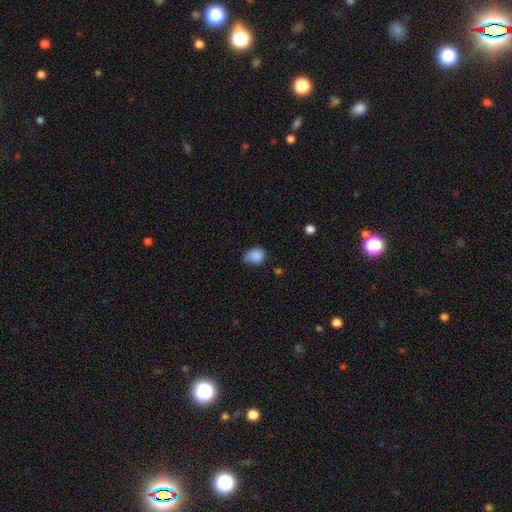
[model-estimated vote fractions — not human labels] Smooth or featured: smooth — 86% (star or artifact — 8%)
How rounded: in between — 58% (round — 41%)
Merging: none — 47% (minor disturbance — 42%)